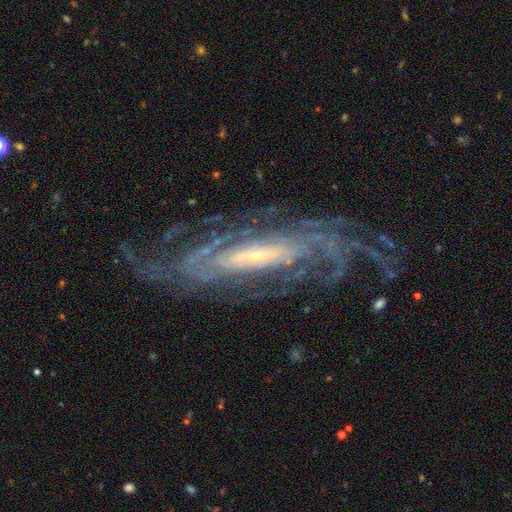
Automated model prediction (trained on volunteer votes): Smooth or featured? Predicted: featured or disk (p=0.89). Edge-on disk? Predicted: no (p=0.83). Bar? Predicted: no (p=0.49). Spiral arms? Predicted: yes (p=0.96). Spiral winding? Predicted: tight (p=0.64). Spiral arm count? Predicted: can't tell (p=0.32). Bulge size? Predicted: small (p=0.78). Merging? Predicted: none (p=0.72).